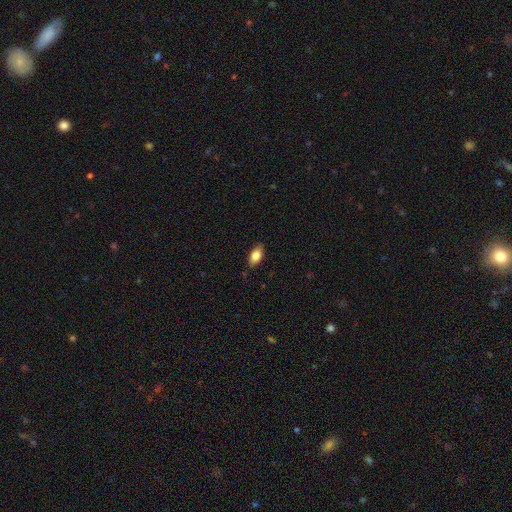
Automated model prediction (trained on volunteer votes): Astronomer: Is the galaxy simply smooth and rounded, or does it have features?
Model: smooth — 81%.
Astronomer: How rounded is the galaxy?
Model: in between — 89%.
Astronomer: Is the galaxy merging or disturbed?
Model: none — 84%.